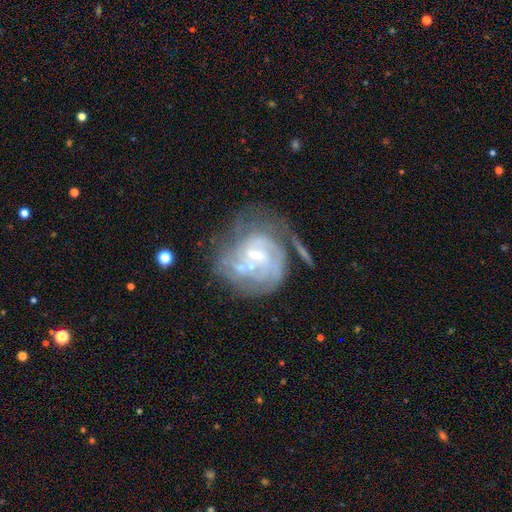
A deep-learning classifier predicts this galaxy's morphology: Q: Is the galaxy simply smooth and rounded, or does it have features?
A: featured or disk — 78%.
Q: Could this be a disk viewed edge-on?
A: no — 97%.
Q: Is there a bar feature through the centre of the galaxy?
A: weak — 46%.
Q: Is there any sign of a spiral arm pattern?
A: yes — 81%.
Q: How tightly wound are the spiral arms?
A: tight — 59%.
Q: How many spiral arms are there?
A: can't tell — 49%.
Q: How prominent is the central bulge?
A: small — 57%.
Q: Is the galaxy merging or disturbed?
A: none — 44%.